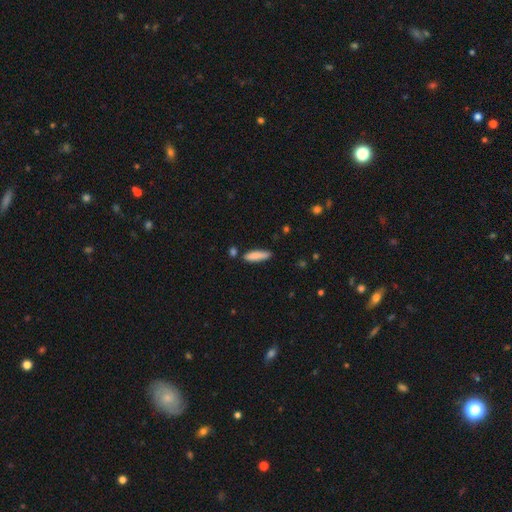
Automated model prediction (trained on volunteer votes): smooth-or-featured: smooth: 86% | featured or disk: 8% | star or artifact: 6%
  how-rounded: cigar-shaped: 71% | in between: 28% | round: 1%
  merging: none: 79% | minor disturbance: 14% | merger: 5% | major disturbance: 2%